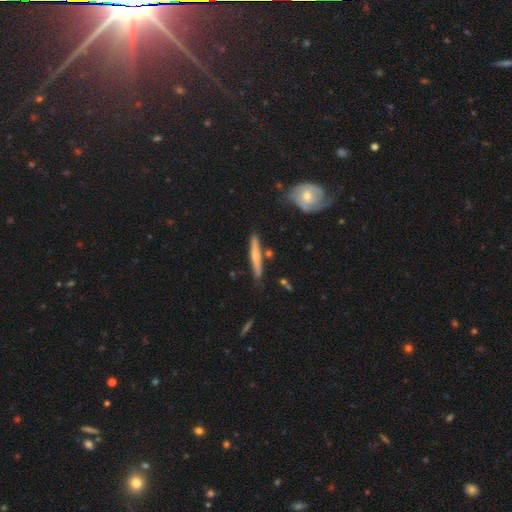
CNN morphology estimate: Smooth or featured? smooth (49%)
Merging? none (80%)